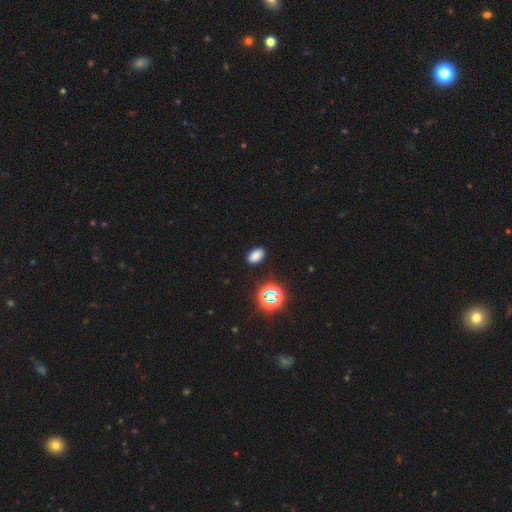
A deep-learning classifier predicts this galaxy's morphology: smooth 76%, star or artifact 19%, featured or disk 5%. Down the decision tree: how rounded — in between (89%); merging — none (88%).